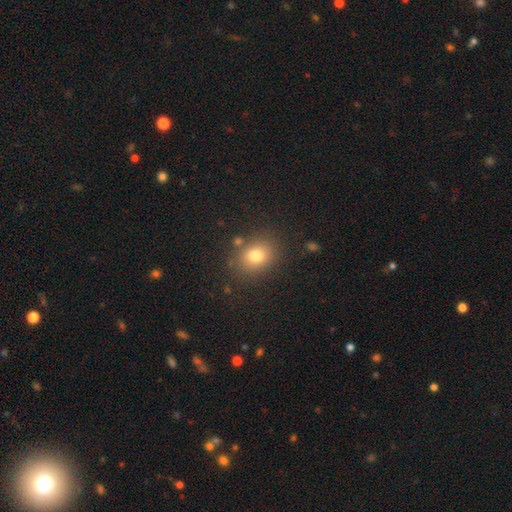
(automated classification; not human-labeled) smooth 77%, star or artifact 13%, featured or disk 9%. Down the decision tree: how rounded — round (56%); merging — none (82%).